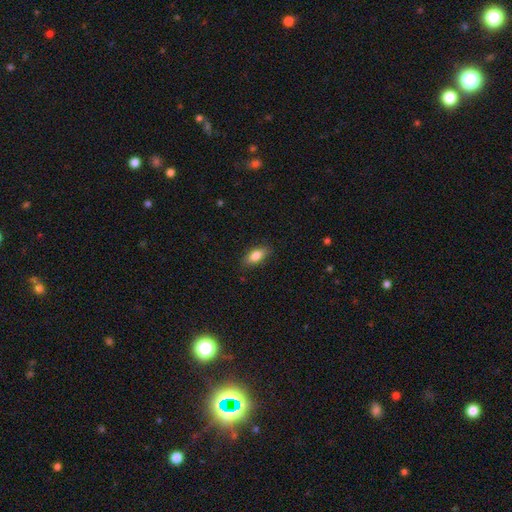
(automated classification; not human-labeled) Smooth or featured? smooth (82%)
How rounded? in between (85%)
Merging? none (85%)